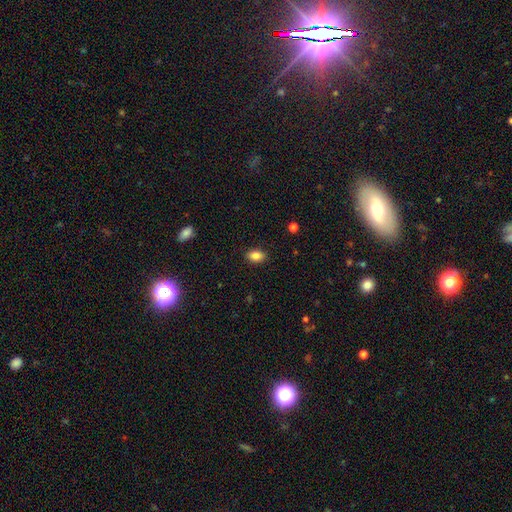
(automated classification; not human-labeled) This appears to be a smooth galaxy with no disk features (86%) that is in between round and cigar-shaped (84%). Merging: none (87%).